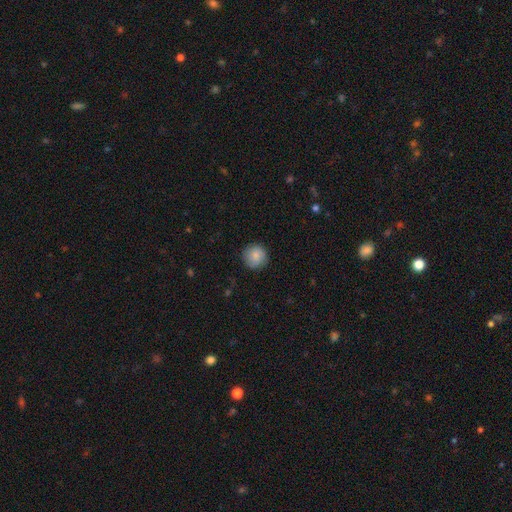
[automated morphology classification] Q: Smooth or featured?
A: smooth (85%); runner-up: featured or disk (8%)
Q: How rounded?
A: round (95%); runner-up: in between (4%)
Q: Merging?
A: none (87%); runner-up: minor disturbance (10%)